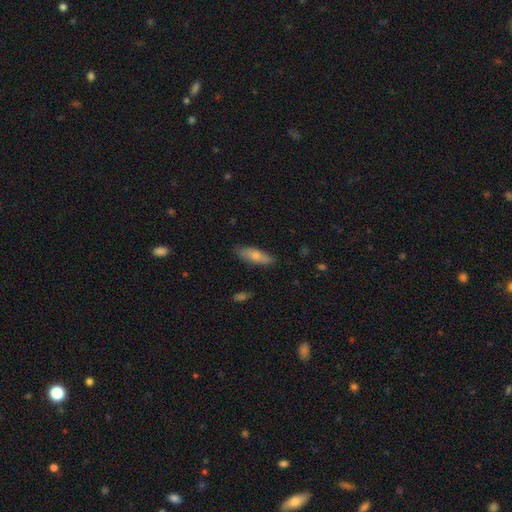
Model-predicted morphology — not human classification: smooth_or_featured: smooth (p=0.72) [alt: featured or disk p=0.22]
how_rounded: in between (p=0.56) [alt: cigar-shaped p=0.42]
merging: none (p=0.83) [alt: minor disturbance p=0.14]